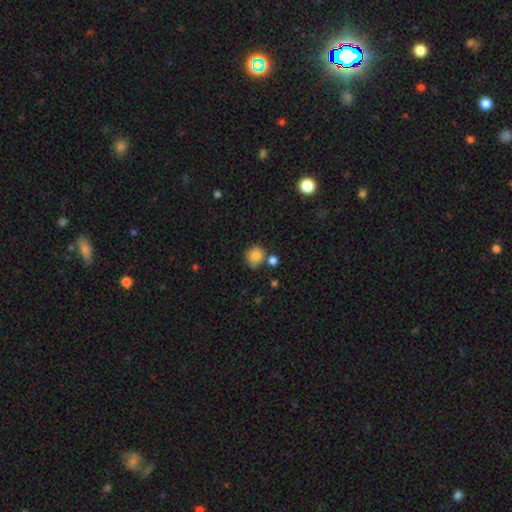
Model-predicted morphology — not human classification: smooth 84%, star or artifact 10%, featured or disk 7%. Down the decision tree: how rounded — round (85%); merging — none (62%).